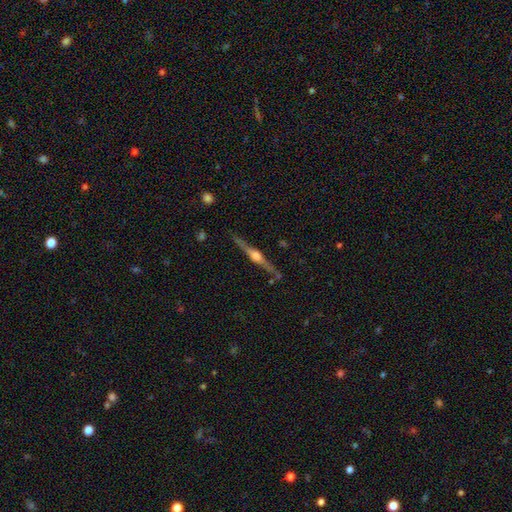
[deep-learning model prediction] Overall: featured or disk (84%). Edge-on disk: yes (98%). Edge-on bulge: rounded (90%). Merging: none (85%).